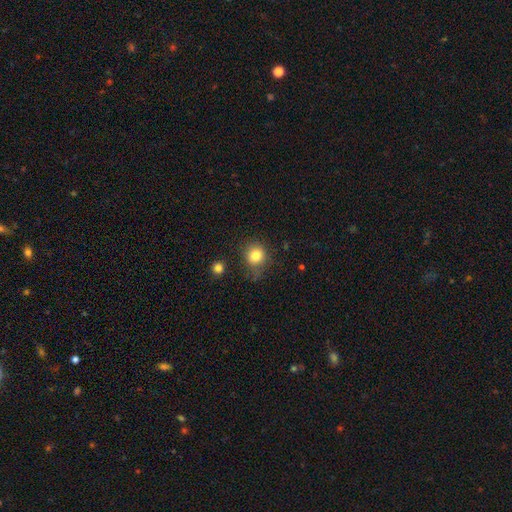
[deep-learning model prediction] A smooth galaxy with no disk features (82%) that is round (84%).

Vote fractions:
- Smooth or featured? smooth: 82% / star or artifact: 11% / featured or disk: 7%
- How rounded? round: 84% / in between: 15% / cigar-shaped: 1%
- Merging? none: 72% / minor disturbance: 18% / major disturbance: 6% / merger: 4%